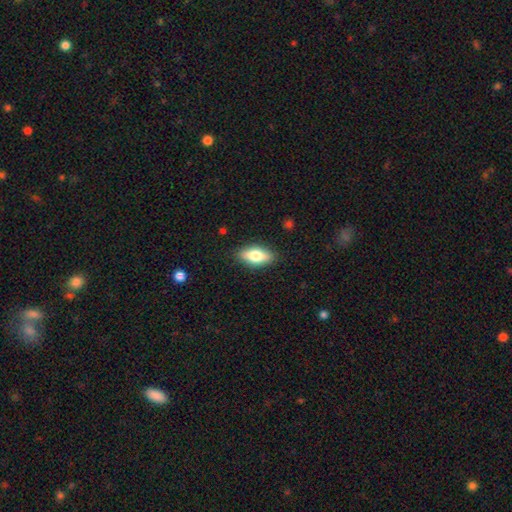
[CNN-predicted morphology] This appears to be a smooth galaxy with no disk features (70%) that is in between round and cigar-shaped (81%). Merging: none (87%).